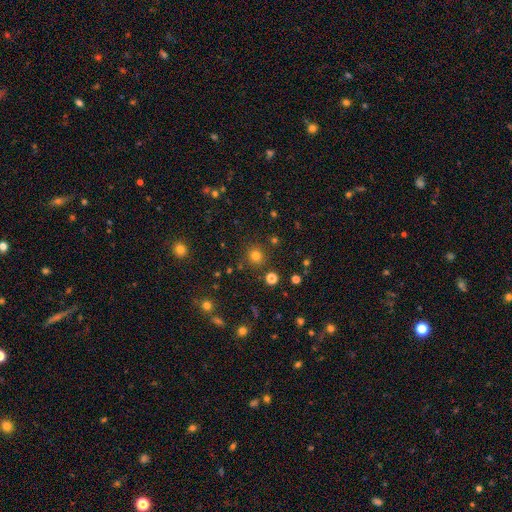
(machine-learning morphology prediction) Overall: smooth (77%). How rounded: round (92%). Merging: none (87%).